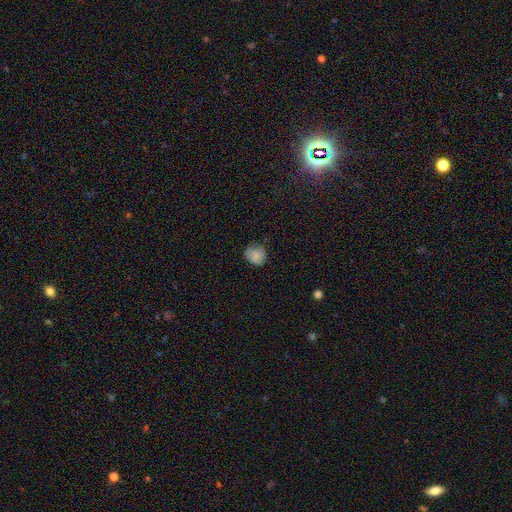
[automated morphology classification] Overall: smooth (80%). How rounded: round (81%). Merging: none (67%).